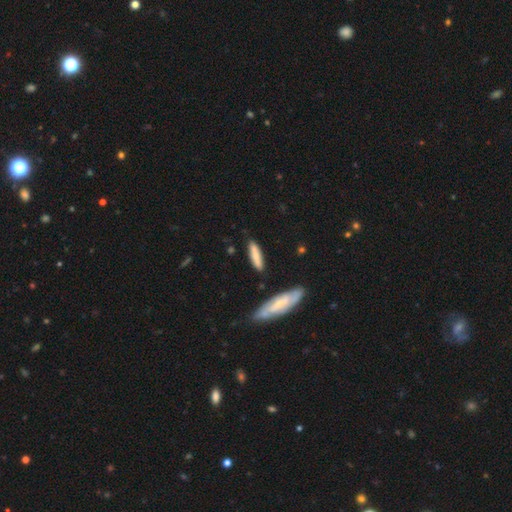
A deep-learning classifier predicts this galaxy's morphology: This is likely a smooth galaxy (69%). How rounded: likely cigar-shaped (75%). Merging: clearly none (81%).